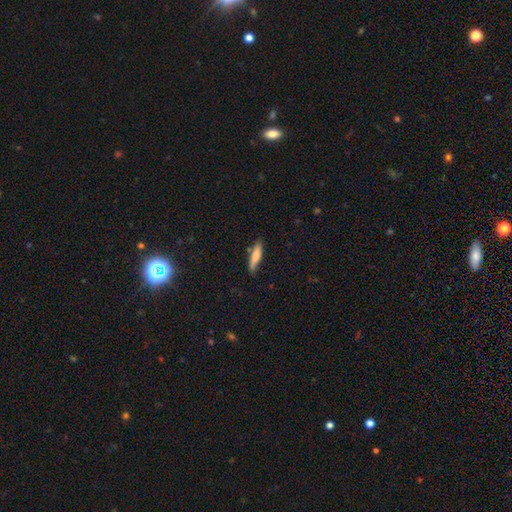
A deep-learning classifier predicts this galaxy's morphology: smooth-or-featured: smooth: 79% | featured or disk: 15% | star or artifact: 6%
  how-rounded: cigar-shaped: 77% | in between: 22% | round: 2%
  merging: none: 71% | minor disturbance: 22% | major disturbance: 4% | merger: 4%